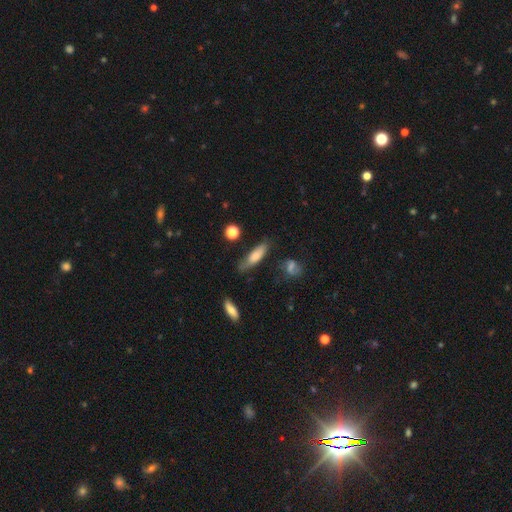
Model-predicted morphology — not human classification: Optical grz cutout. It shows a smooth galaxy with no disk features (71%) that is cigar-shaped (58%). Merging: none (65%).